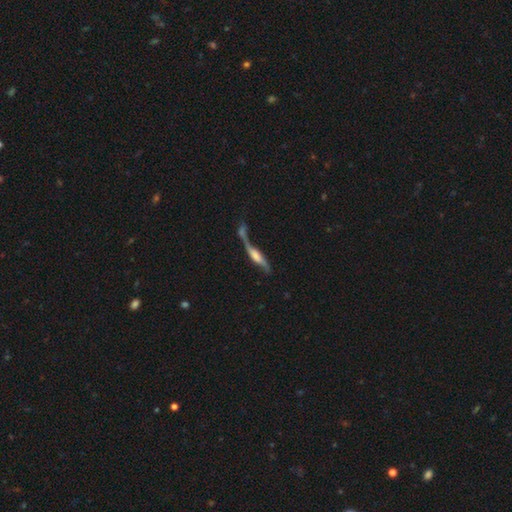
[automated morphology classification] Smooth or featured?
  - featured or disk: 66% *
  - smooth: 27%
  - star or artifact: 7%
Edge-on disk?
  - yes: 56% *
  - no: 44%
Merging?
  - merger: 41% *
  - none: 30%
  - major disturbance: 15%
  - minor disturbance: 14%